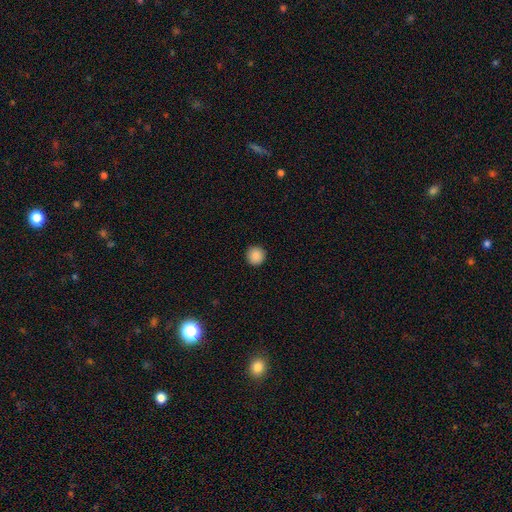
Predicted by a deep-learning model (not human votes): Overall: smooth (89%). How rounded: round (95%). Merging: none (93%).